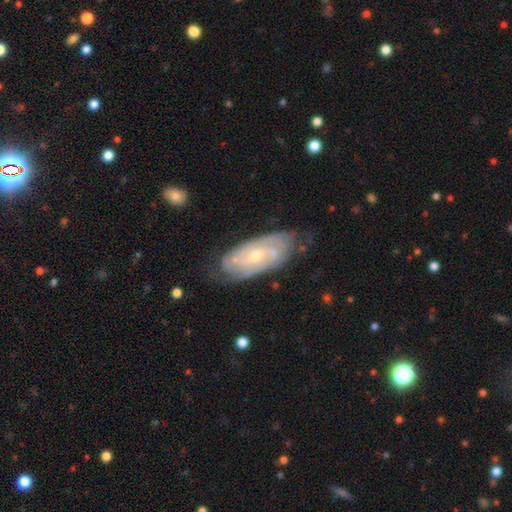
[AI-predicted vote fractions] The model was most divided on "spiral arm count": 2: 42%, can't tell: 33%, 3: 13%, 4: 6%, 1: 3%, more than 4: 3%. More confident: spiral arms — yes (94%); edge-on disk — no (93%); smooth or featured — featured or disk (83%); merging — none (71%); spiral winding — tight (67%); bar — no (64%); bulge size — small (59%).